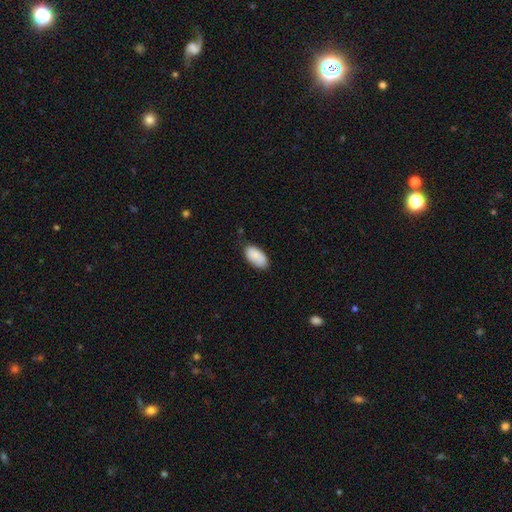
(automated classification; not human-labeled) smooth_or_featured: smooth (p=0.85) [alt: featured or disk p=0.08]
how_rounded: in between (p=0.95) [alt: round p=0.03]
merging: none (p=0.75) [alt: minor disturbance p=0.20]